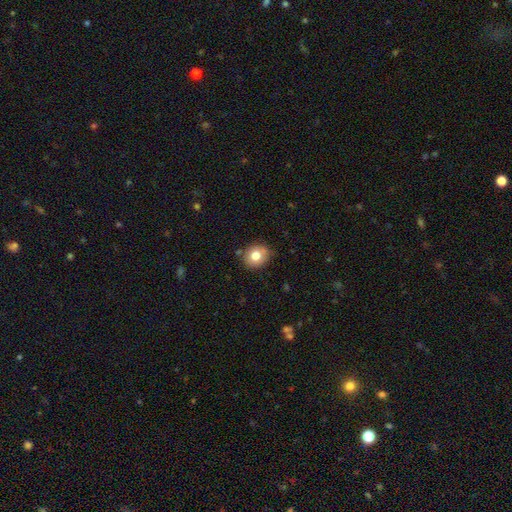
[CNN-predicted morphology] smooth 78%, featured or disk 13%, star or artifact 10%. Down the decision tree: how rounded — round (69%); merging — none (83%).